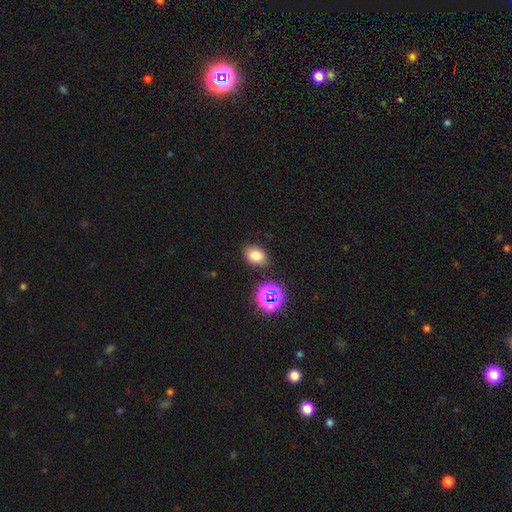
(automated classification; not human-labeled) This is likely a smooth galaxy (75%). How rounded: likely in between (73%). Merging: clearly none (81%).